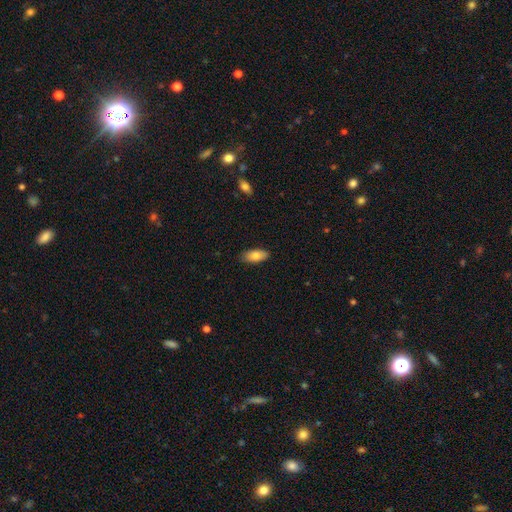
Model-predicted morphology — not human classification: Q: Smooth or featured?
A: smooth (80%); runner-up: featured or disk (14%)
Q: How rounded?
A: in between (87%); runner-up: cigar-shaped (10%)
Q: Merging?
A: none (87%); runner-up: minor disturbance (10%)